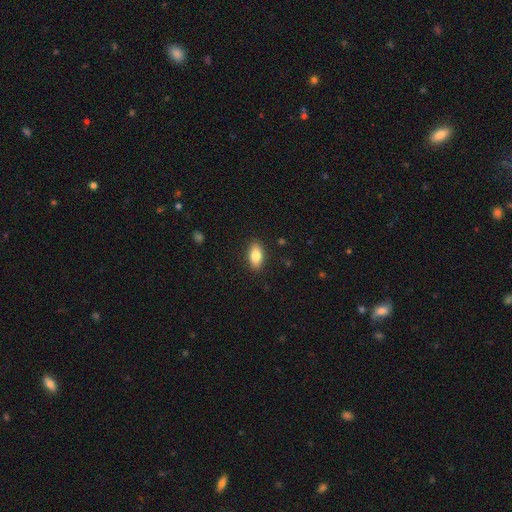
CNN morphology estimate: Smooth or featured: smooth — 83% (featured or disk — 9%)
How rounded: in between — 90% (cigar-shaped — 5%)
Merging: none — 88% (minor disturbance — 8%)